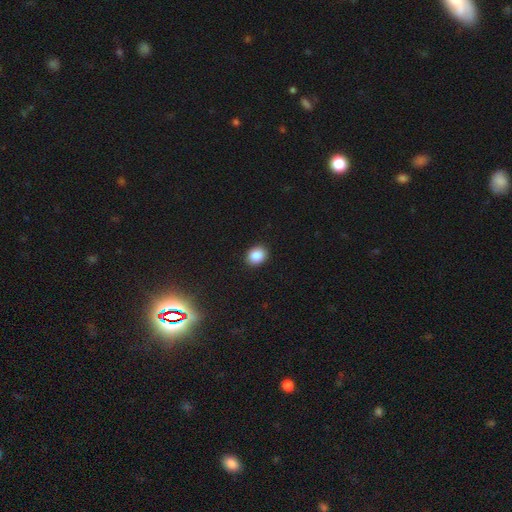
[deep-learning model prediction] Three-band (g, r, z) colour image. It shows a smooth galaxy with no disk features (86%) that is round (51%). Merging: none (91%).